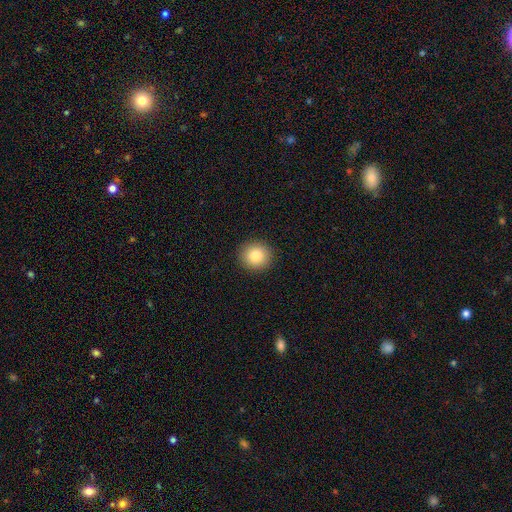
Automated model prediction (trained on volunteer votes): Smooth or featured? smooth (83%)
How rounded? round (90%)
Merging? none (92%)